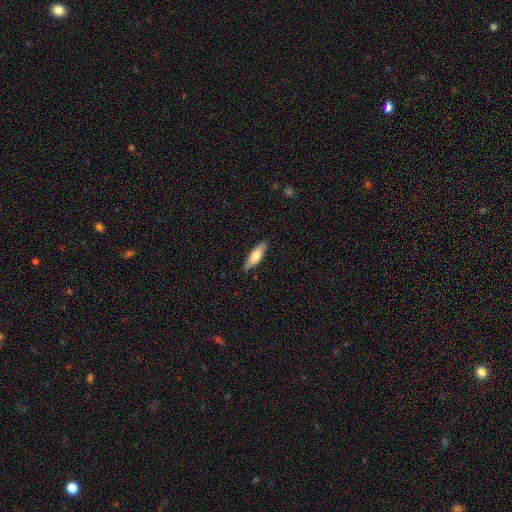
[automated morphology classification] Smooth or featured?
  - smooth: 70% *
  - featured or disk: 24%
  - star or artifact: 6%
How rounded?
  - cigar-shaped: 58% *
  - in between: 40%
  - round: 2%
Merging?
  - none: 86% *
  - minor disturbance: 11%
  - major disturbance: 2%
  - merger: 1%